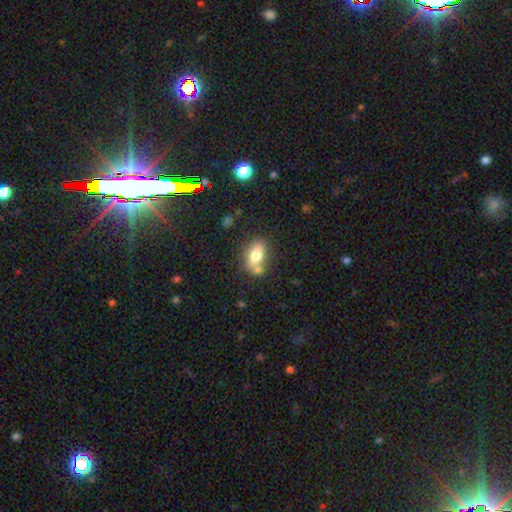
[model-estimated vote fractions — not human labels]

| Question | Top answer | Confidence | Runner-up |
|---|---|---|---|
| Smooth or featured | smooth | 73% | featured or disk (18%) |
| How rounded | in between | 83% | round (11%) |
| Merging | none | 61% | merger (19%) |